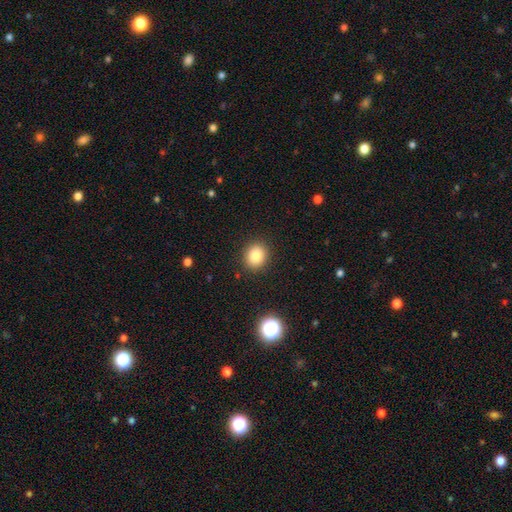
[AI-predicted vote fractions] A smooth galaxy with no disk features (82%) that is round (70%).

Vote fractions:
- Smooth or featured? smooth: 82% / star or artifact: 11% / featured or disk: 7%
- How rounded? round: 70% / in between: 30% / cigar-shaped: 1%
- Merging? none: 90% / minor disturbance: 7% / major disturbance: 2% / merger: 1%